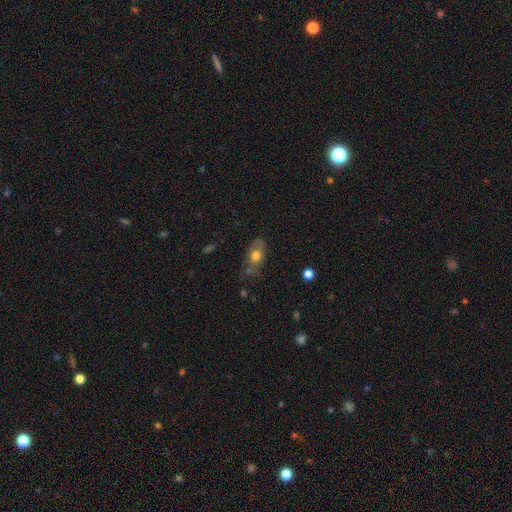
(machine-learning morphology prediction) type=smooth (64%); roundness=in between (80%); merging=none (52%).